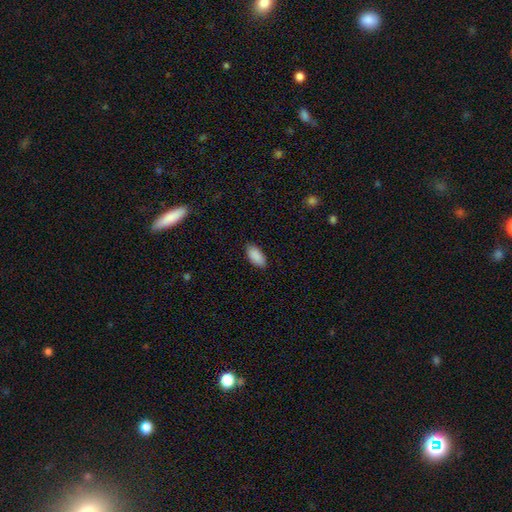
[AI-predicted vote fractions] Morphology: type=smooth (90%); roundness=in between (94%); merging=none (86%).